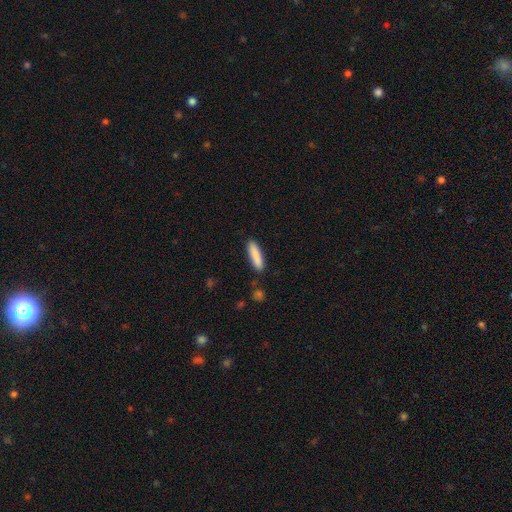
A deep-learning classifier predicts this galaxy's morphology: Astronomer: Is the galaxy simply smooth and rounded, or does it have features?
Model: smooth — 87%.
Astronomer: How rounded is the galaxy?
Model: cigar-shaped — 77%.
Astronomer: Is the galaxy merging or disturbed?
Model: none — 88%.